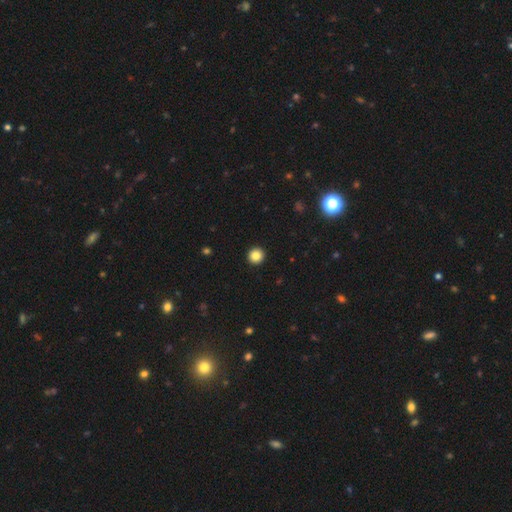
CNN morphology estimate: A smooth galaxy with no disk features (85%) that is round (95%).

Vote fractions:
- Smooth or featured? smooth: 85% / star or artifact: 10% / featured or disk: 4%
- How rounded? round: 95% / in between: 4% / cigar-shaped: 1%
- Merging? none: 94% / minor disturbance: 4% / major disturbance: 1% / merger: 1%